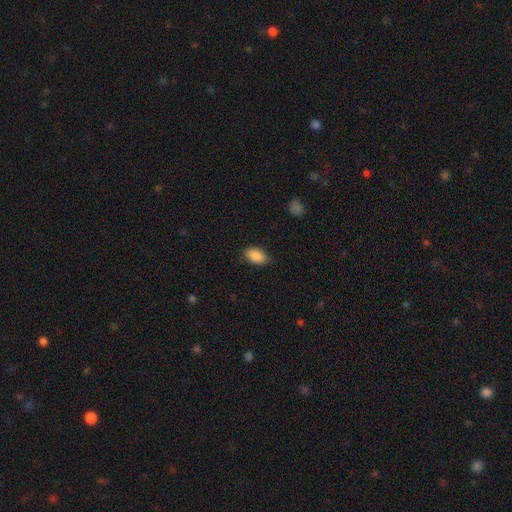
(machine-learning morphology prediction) Smooth or featured? Predicted: smooth (p=0.89). How rounded? Predicted: in between (p=0.91). Merging? Predicted: none (p=0.84).